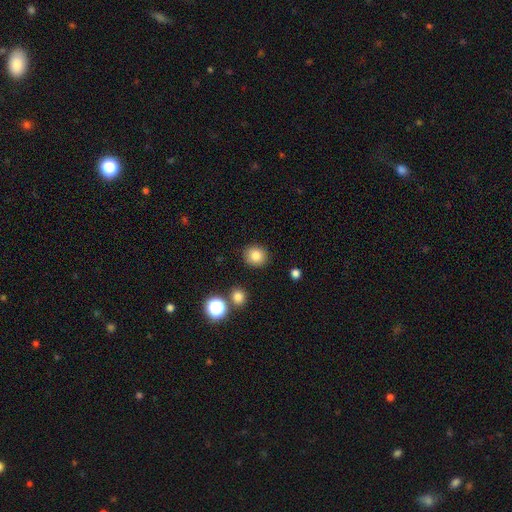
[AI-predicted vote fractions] Q: Smooth or featured?
A: smooth (81%); runner-up: star or artifact (11%)
Q: How rounded?
A: round (86%); runner-up: in between (13%)
Q: Merging?
A: none (89%); runner-up: minor disturbance (7%)